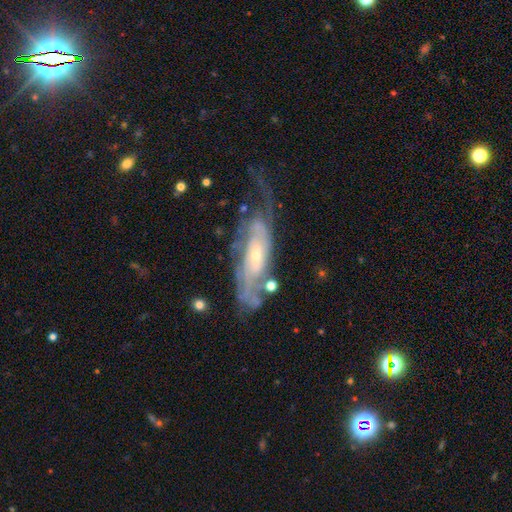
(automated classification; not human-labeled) Smooth or featured: featured or disk — 82% (smooth — 12%)
Edge-on disk: no — 85% (yes — 15%)
Bar: no — 58% (weak — 31%)
Spiral arms: yes — 91% (no — 9%)
Spiral winding: tight — 51% (medium — 34%)
Spiral arm count: can't tell — 45% (2 — 29%)
Bulge size: small — 62% (moderate — 32%)
Merging: none — 45% (major disturbance — 27%)